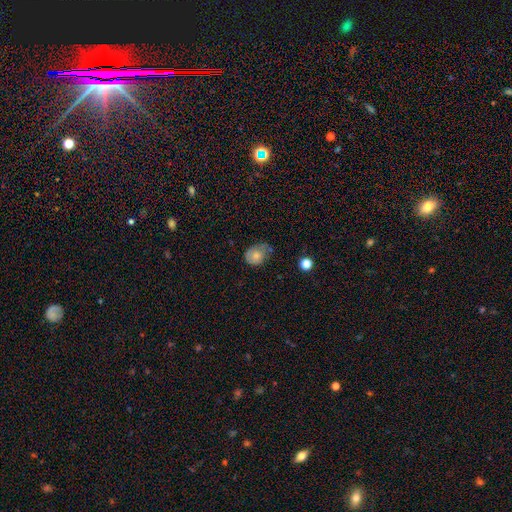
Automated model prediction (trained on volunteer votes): smooth 69%, featured or disk 22%, star or artifact 9%. Down the decision tree: how rounded — round (52%); merging — minor disturbance (40%).